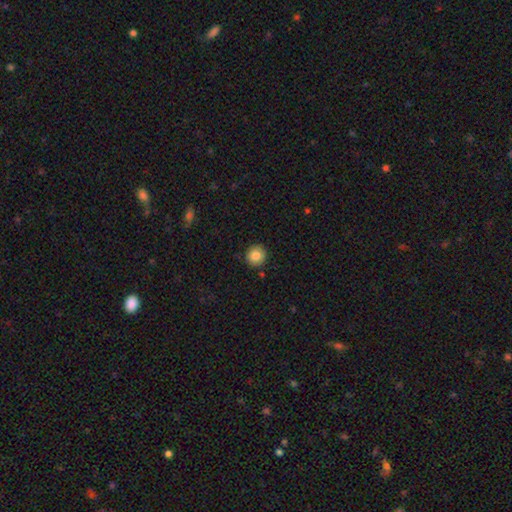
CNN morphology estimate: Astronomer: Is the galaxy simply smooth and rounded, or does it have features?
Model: smooth — 84%.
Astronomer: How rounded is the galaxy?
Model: round — 90%.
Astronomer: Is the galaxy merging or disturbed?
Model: none — 89%.